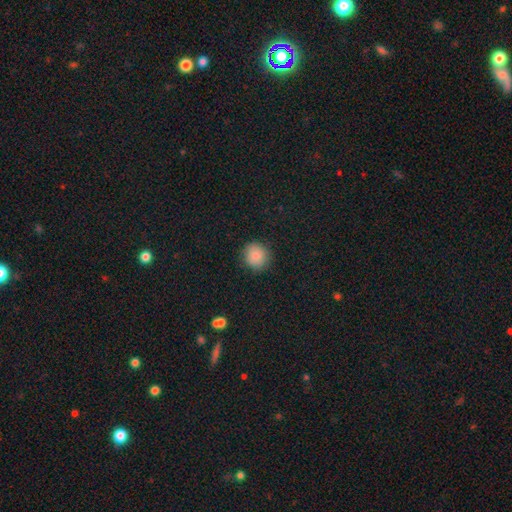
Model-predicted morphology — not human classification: The model was most divided on "smooth or featured": smooth: 85%, star or artifact: 10%, featured or disk: 5%. More confident: how rounded — round (90%); merging — none (89%).